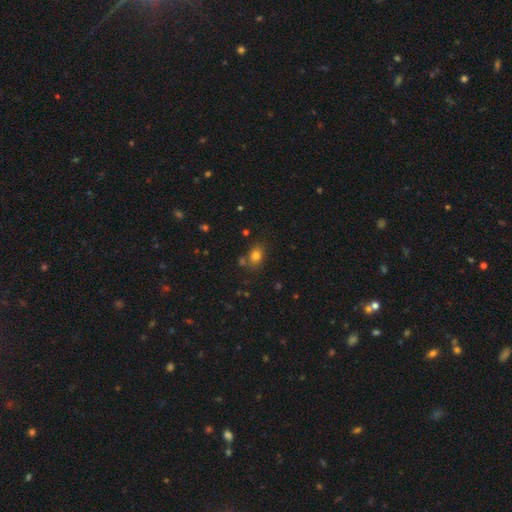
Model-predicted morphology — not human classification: A smooth galaxy with no disk features (79%) that is in between round and cigar-shaped (64%).

Vote fractions:
- Smooth or featured? smooth: 79% / star or artifact: 13% / featured or disk: 9%
- How rounded? in between: 64% / round: 34% / cigar-shaped: 1%
- Merging? none: 70% / minor disturbance: 15% / merger: 11% / major disturbance: 4%